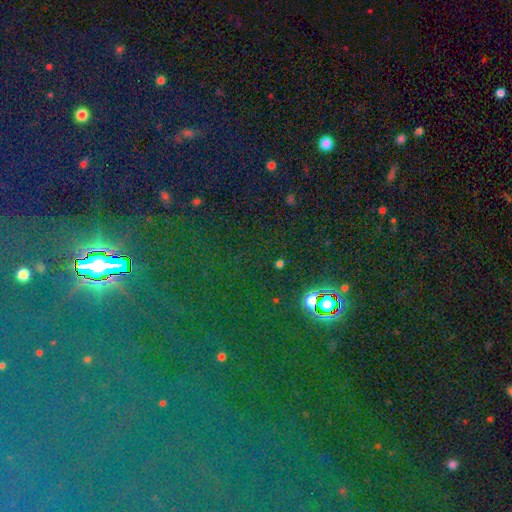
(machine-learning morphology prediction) Smooth or featured: star or artifact — 82% (smooth — 10%)